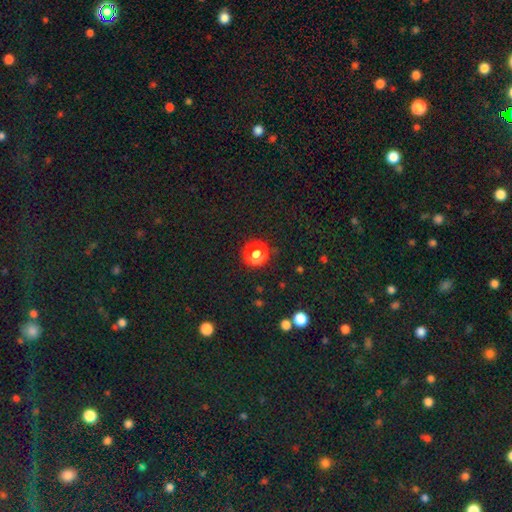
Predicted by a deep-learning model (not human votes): Smooth or featured?
  - smooth: 76% *
  - star or artifact: 20%
  - featured or disk: 4%
How rounded?
  - round: 90% *
  - in between: 9%
  - cigar-shaped: 1%
Merging?
  - none: 87% *
  - minor disturbance: 8%
  - major disturbance: 3%
  - merger: 2%